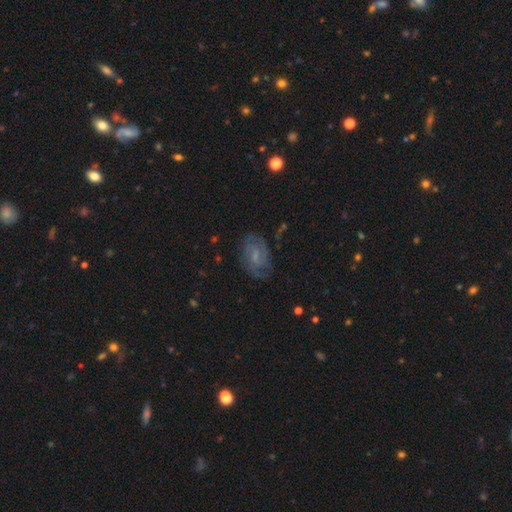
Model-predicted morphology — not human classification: This appears to be a featured or disk galaxy (68%) with a weak bar (55%), 2 (51%) medium (43%) spiral arms (88%) and a small central bulge (50%). Merging: none (71%).